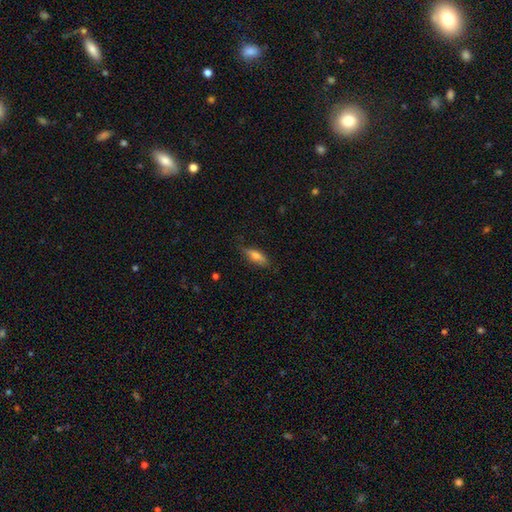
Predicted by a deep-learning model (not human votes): Morphology: type=smooth (70%); roundness=in between (60%); merging=none (73%).